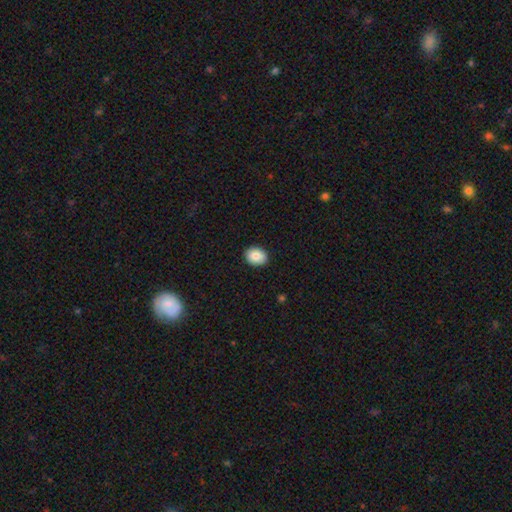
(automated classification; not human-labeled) A smooth galaxy with no disk features (85%) that is round (50%).

Vote fractions:
- Smooth or featured? smooth: 85% / star or artifact: 8% / featured or disk: 7%
- How rounded? round: 50% / in between: 49% / cigar-shaped: 1%
- Merging? none: 90% / minor disturbance: 7% / major disturbance: 2% / merger: 1%